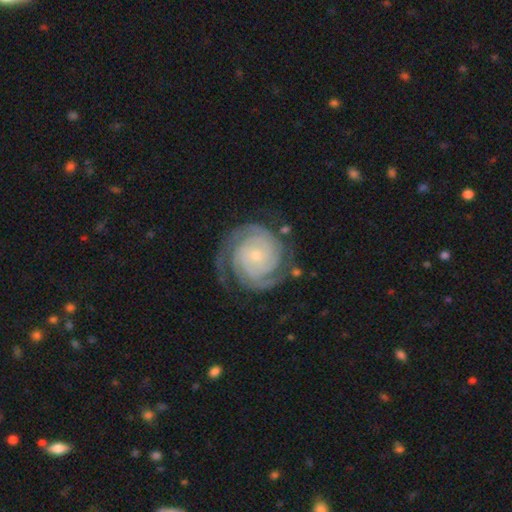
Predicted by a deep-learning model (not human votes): Overall: featured or disk (90%). Edge-on disk: no (98%). Bar: no (76%). Spiral arms: yes (98%). Spiral arm count: 2 (53%; 3 19%). Spiral winding: tight (81%). Bulge size: small (74%). Merging: none (76%).